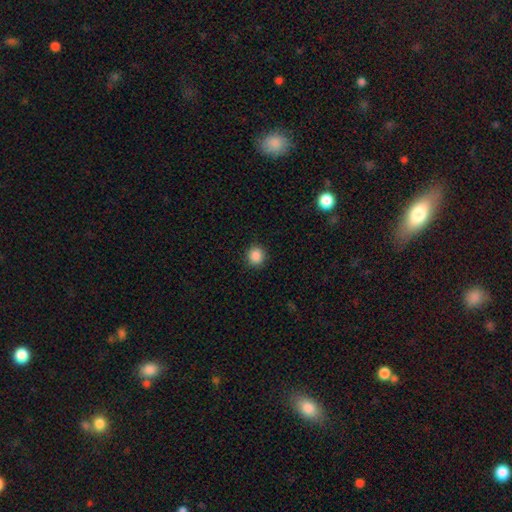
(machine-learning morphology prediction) smooth-or-featured: smooth: 87% | star or artifact: 10% | featured or disk: 3%
  how-rounded: round: 92% | in between: 7% | cigar-shaped: 1%
  merging: none: 91% | minor disturbance: 6% | major disturbance: 2% | merger: 1%